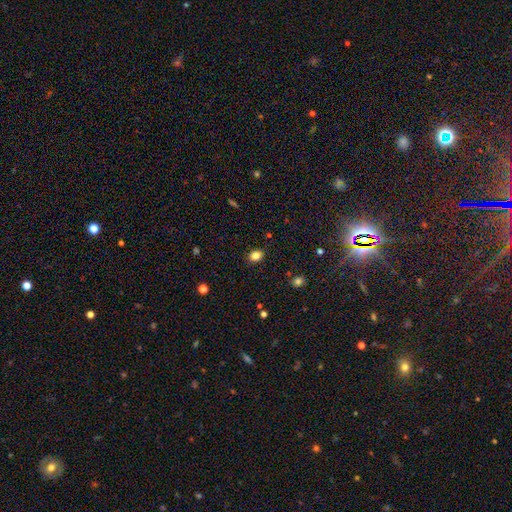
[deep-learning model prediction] smooth 84%, star or artifact 11%, featured or disk 5%. Down the decision tree: how rounded — in between (61%); merging — none (88%).